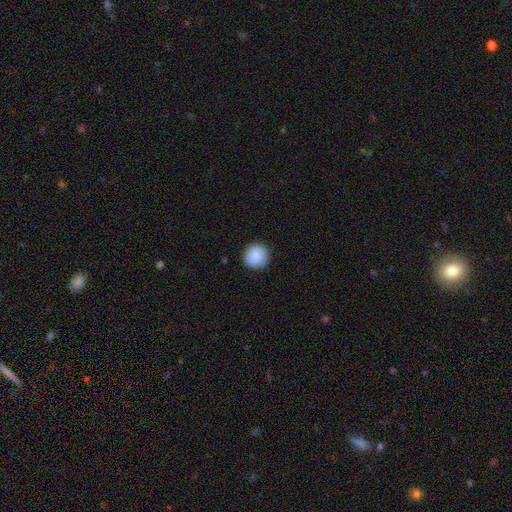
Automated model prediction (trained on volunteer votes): Smooth or featured? Predicted: smooth (p=0.88). How rounded? Predicted: round (p=0.93). Merging? Predicted: none (p=0.89).